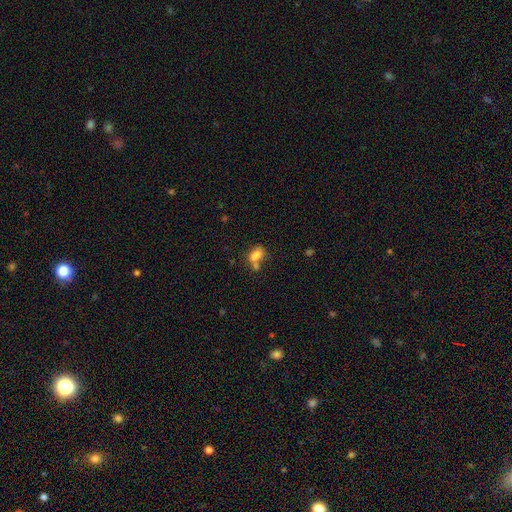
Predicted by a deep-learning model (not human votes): Smooth or featured? Predicted: smooth (p=0.76). How rounded? Predicted: in between (p=0.81). Merging? Predicted: merger (p=0.43).